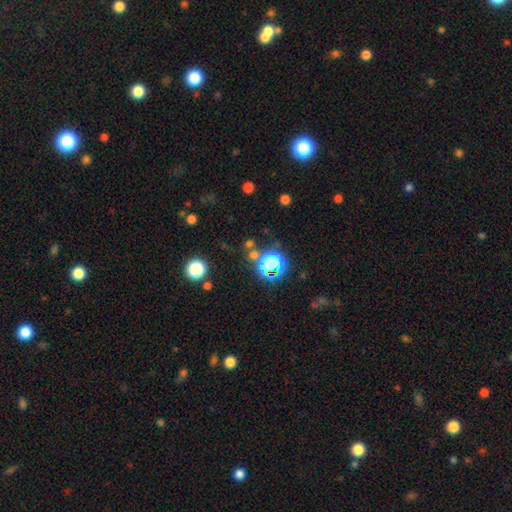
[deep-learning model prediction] Q: Smooth or featured?
A: star or artifact (65%); runner-up: smooth (27%)